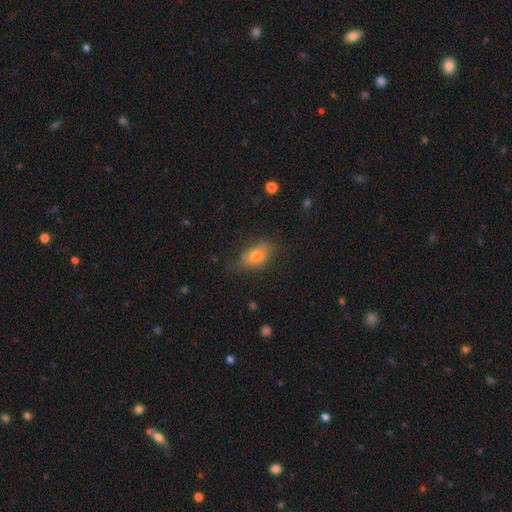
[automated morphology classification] smooth-or-featured: smooth: 69% | featured or disk: 20% | star or artifact: 11%
  how-rounded: in between: 84% | round: 12% | cigar-shaped: 4%
  merging: none: 64% | minor disturbance: 25% | major disturbance: 9% | merger: 2%